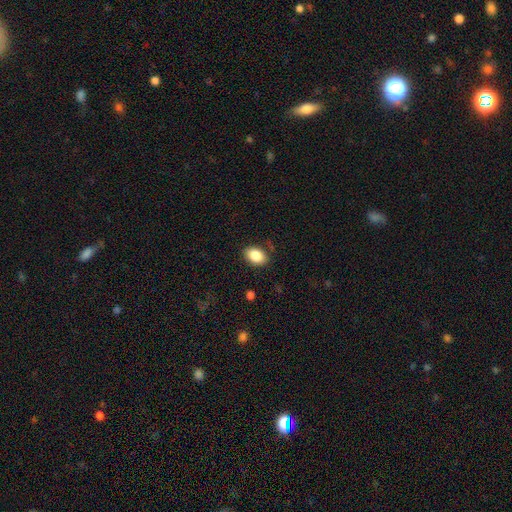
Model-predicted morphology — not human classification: Overall: smooth (86%). How rounded: in between (83%). Merging: none (85%).